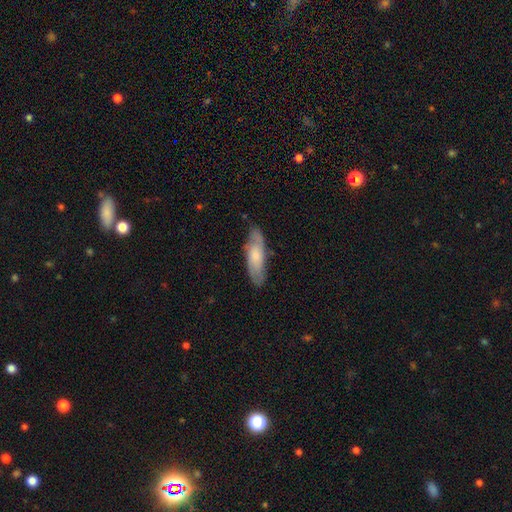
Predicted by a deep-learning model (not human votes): Smooth or featured? smooth (55%)
How rounded? cigar-shaped (53%)
Merging? none (77%)